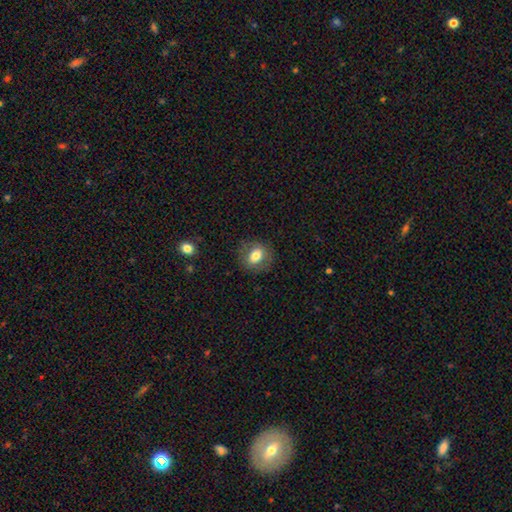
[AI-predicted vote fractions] This is likely a smooth galaxy (75%). How rounded: possibly round (54%). Merging: clearly none (81%).